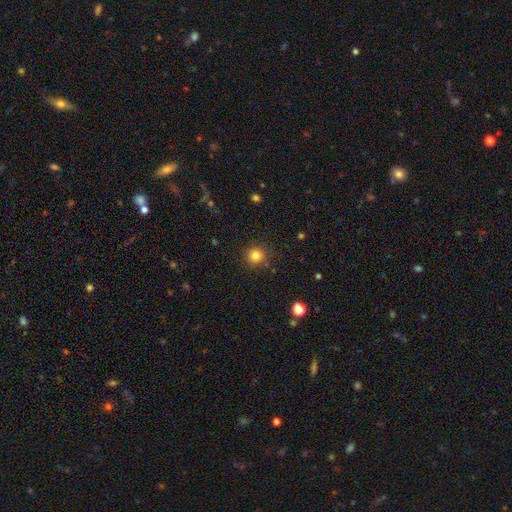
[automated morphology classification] smooth_or_featured: smooth (p=0.83) [alt: star or artifact p=0.13]
how_rounded: round (p=0.94) [alt: in between p=0.05]
merging: none (p=0.88) [alt: minor disturbance p=0.08]